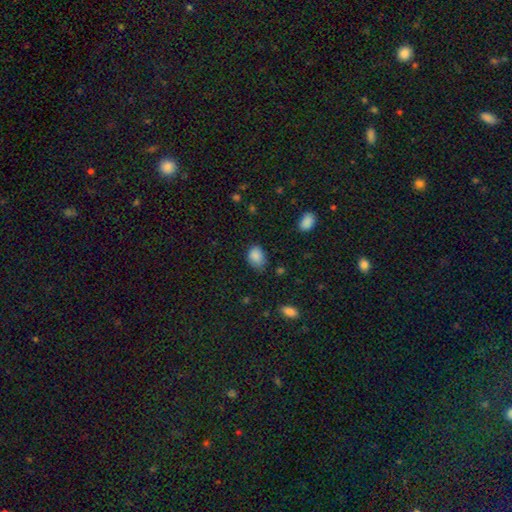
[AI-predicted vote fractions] A smooth galaxy with no disk features (86%) that is in between round and cigar-shaped (74%). Merging: none (64%).